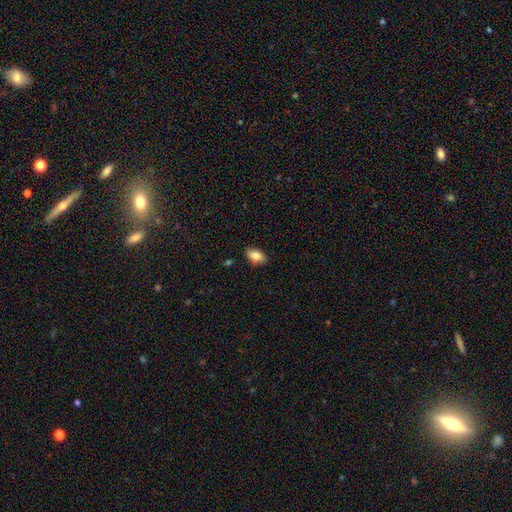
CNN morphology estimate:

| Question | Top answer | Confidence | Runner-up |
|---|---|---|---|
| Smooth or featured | smooth | 85% | star or artifact (8%) |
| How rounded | in between | 90% | round (7%) |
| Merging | none | 84% | minor disturbance (12%) |